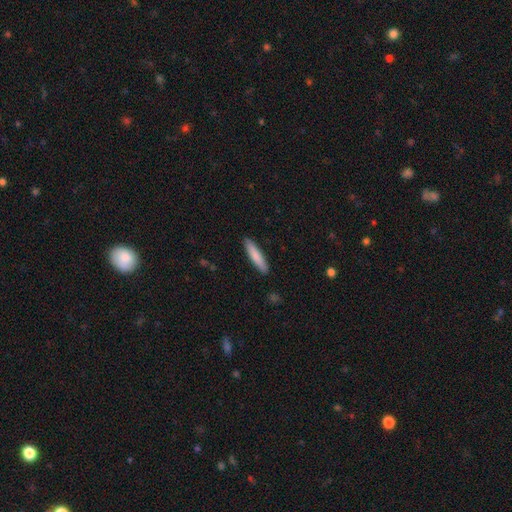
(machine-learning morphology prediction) The model was most divided on "smooth or featured": smooth: 82%, featured or disk: 12%, star or artifact: 5%. More confident: merging — none (90%); how rounded — cigar-shaped (86%).